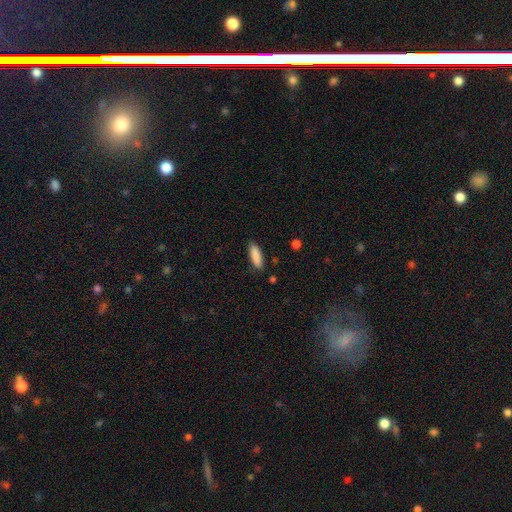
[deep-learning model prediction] smooth_or_featured: smooth (p=0.89) [alt: star or artifact p=0.06]
how_rounded: in between (p=0.55) [alt: cigar-shaped p=0.44]
merging: none (p=0.86) [alt: minor disturbance p=0.10]